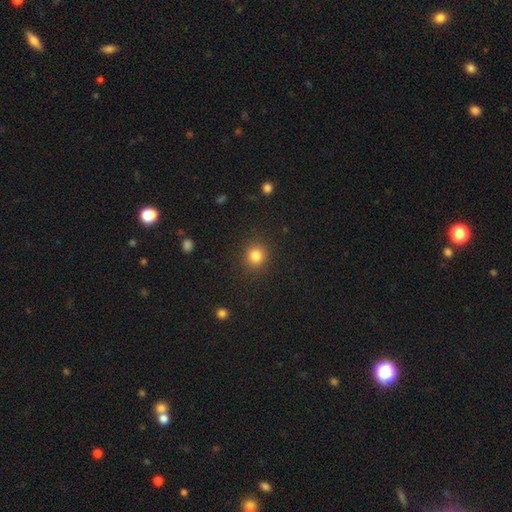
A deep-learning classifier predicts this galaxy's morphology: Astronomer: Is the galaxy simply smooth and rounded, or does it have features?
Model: smooth — 82%.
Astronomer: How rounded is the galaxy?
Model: round — 87%.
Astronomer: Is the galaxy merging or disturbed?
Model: none — 89%.